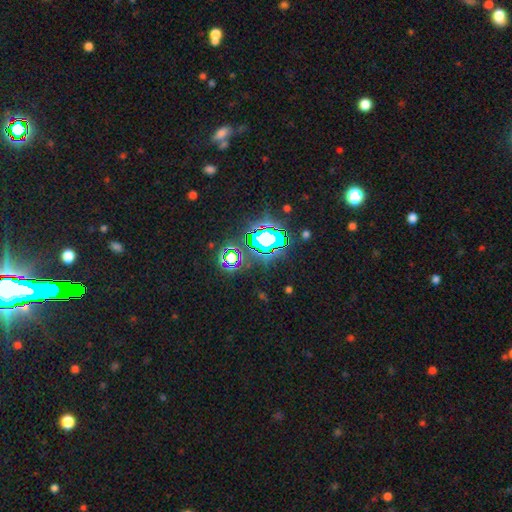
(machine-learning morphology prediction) Smooth or featured?
  - star or artifact: 82% *
  - smooth: 11%
  - featured or disk: 8%